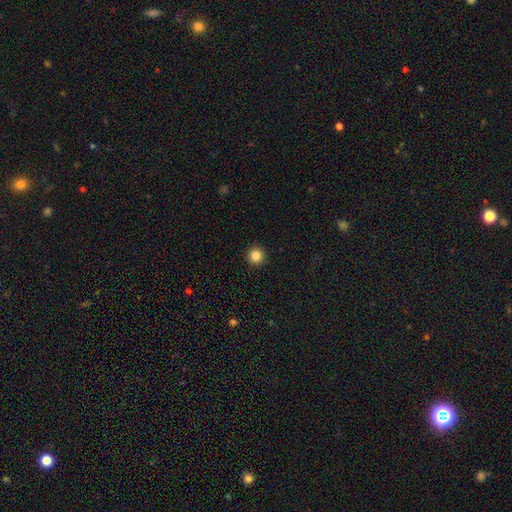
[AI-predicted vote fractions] smooth_or_featured: smooth (p=0.85) [alt: star or artifact p=0.11]
how_rounded: round (p=0.96) [alt: in between p=0.03]
merging: none (p=0.94) [alt: minor disturbance p=0.04]